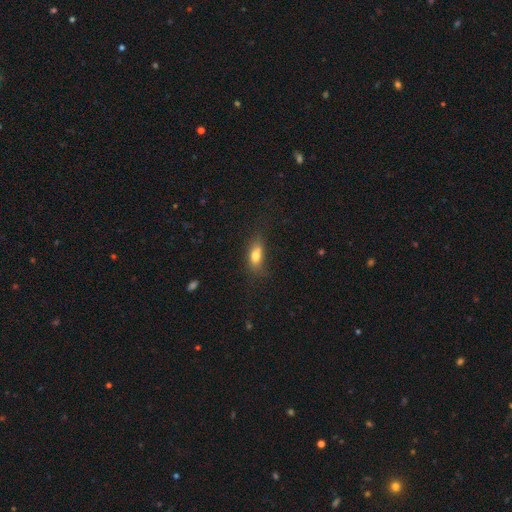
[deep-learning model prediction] Morphology: type=smooth (75%); roundness=in between (78%); merging=none (59%).